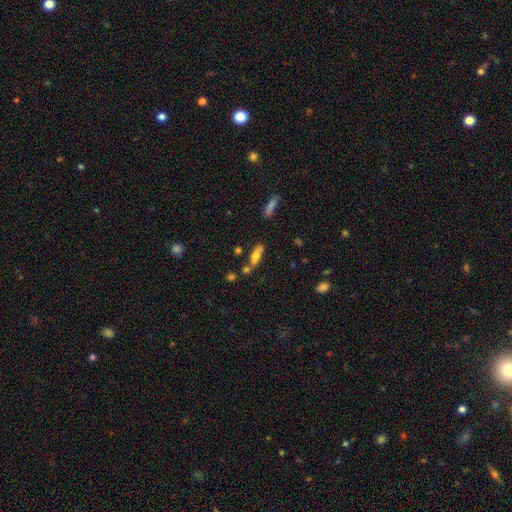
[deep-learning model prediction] smooth_or_featured: smooth (p=0.67) [alt: featured or disk p=0.25]
how_rounded: cigar-shaped (p=0.52) [alt: in between p=0.45]
merging: none (p=0.65) [alt: minor disturbance p=0.16]